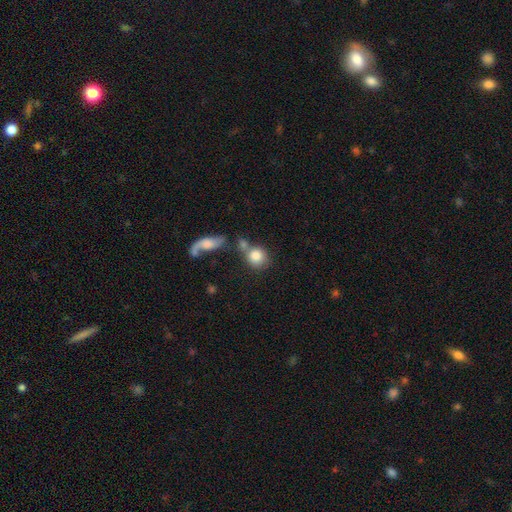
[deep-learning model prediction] smooth-or-featured: smooth: 81% | featured or disk: 12% | star or artifact: 7%
  how-rounded: round: 79% | in between: 19% | cigar-shaped: 2%
  merging: none: 48% | merger: 32% | minor disturbance: 12% | major disturbance: 7%